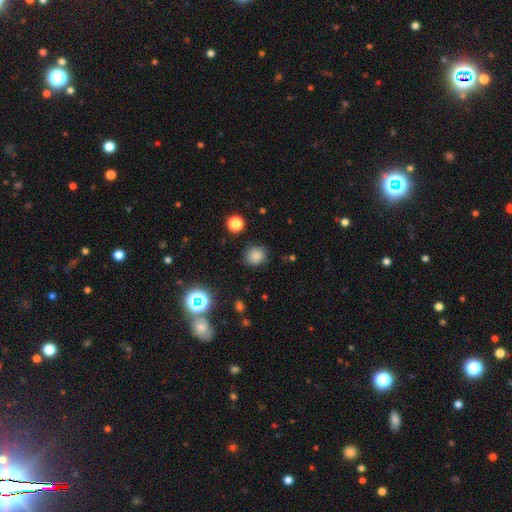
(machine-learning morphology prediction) Q: Smooth or featured?
A: smooth (80%); runner-up: star or artifact (15%)
Q: How rounded?
A: round (84%); runner-up: in between (15%)
Q: Merging?
A: none (83%); runner-up: minor disturbance (12%)